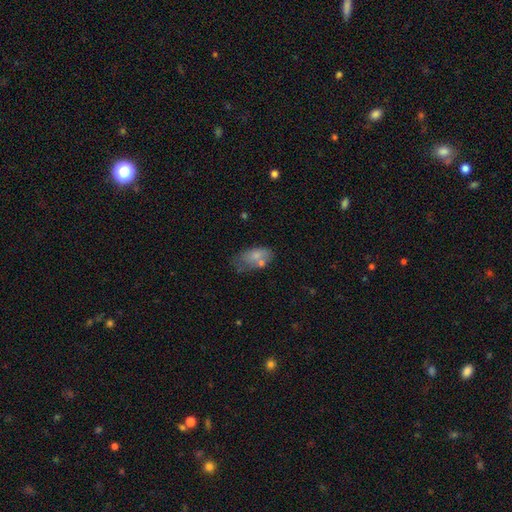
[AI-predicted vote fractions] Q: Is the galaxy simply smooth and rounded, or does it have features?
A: smooth — 70%.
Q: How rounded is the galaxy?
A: in between — 89%.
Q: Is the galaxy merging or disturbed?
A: none — 42%.